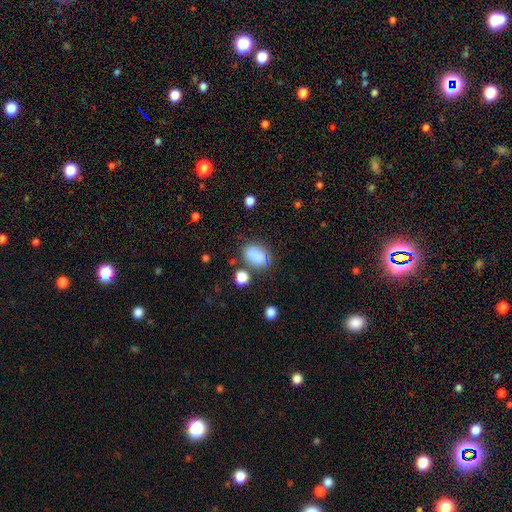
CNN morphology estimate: type=smooth (79%); roundness=in between (79%); merging=none (60%).